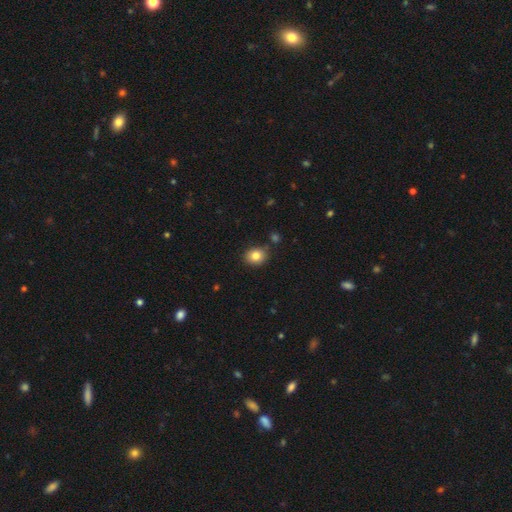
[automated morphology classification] This appears to be a smooth galaxy with no disk features (83%) that is round (56%). Merging: none (84%).